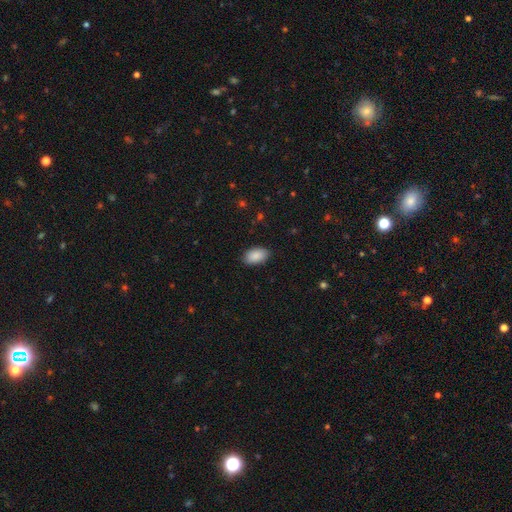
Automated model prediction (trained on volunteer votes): Smooth or featured?
  - smooth: 89% *
  - star or artifact: 7%
  - featured or disk: 4%
How rounded?
  - in between: 94% *
  - round: 5%
  - cigar-shaped: 1%
Merging?
  - none: 87% *
  - minor disturbance: 10%
  - major disturbance: 2%
  - merger: 1%